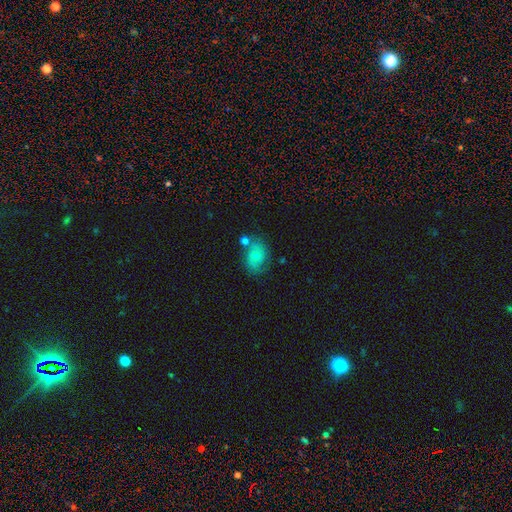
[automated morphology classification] This is possibly a smooth galaxy (49%). Merging: possibly none (60%).